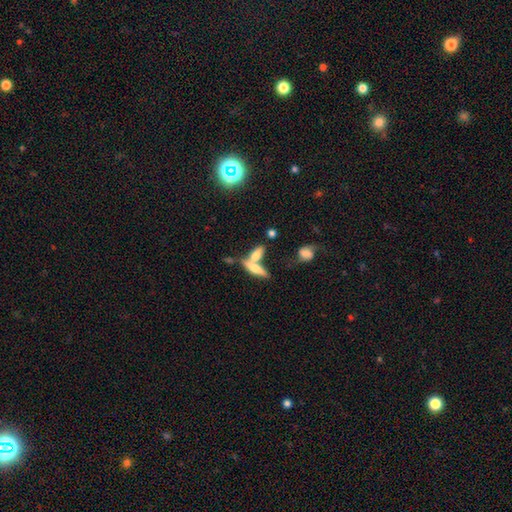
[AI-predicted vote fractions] A smooth galaxy with no disk features (58%) that is in between round and cigar-shaped (48%). Merging: merger (49%).